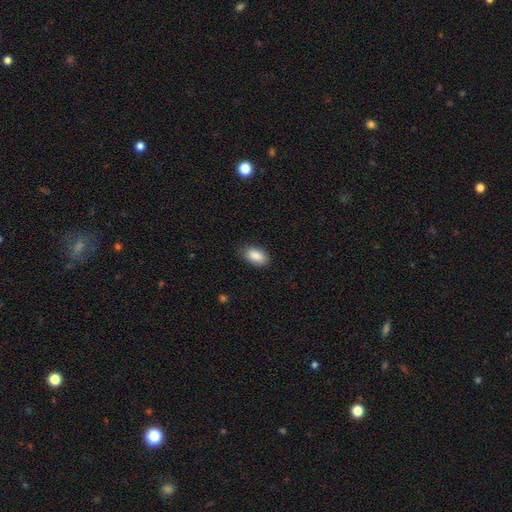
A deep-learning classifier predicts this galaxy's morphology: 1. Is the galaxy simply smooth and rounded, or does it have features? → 89% smooth, 7% star or artifact, 4% featured or disk.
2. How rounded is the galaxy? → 93% in between, 4% round, 2% cigar-shaped.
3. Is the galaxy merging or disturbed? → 84% none, 12% minor disturbance, 3% major disturbance, 1% merger.